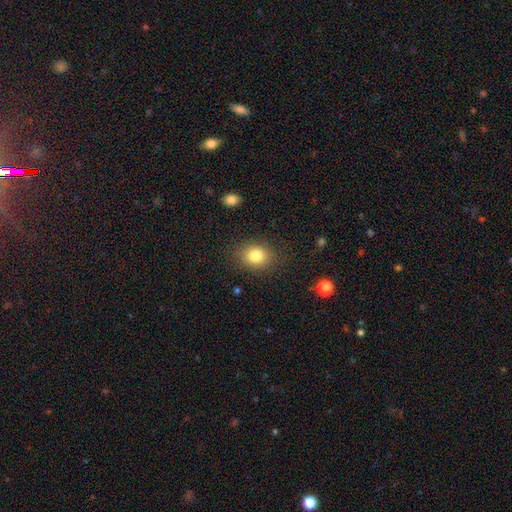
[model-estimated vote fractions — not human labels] Morphology: type=smooth (82%); roundness=in between (51%); merging=none (84%).